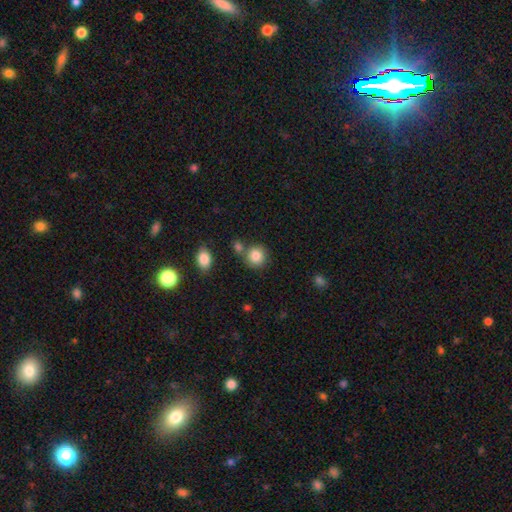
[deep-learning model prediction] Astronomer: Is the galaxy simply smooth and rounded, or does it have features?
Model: smooth — 85%.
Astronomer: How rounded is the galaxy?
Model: round — 88%.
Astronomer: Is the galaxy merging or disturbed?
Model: none — 69%.